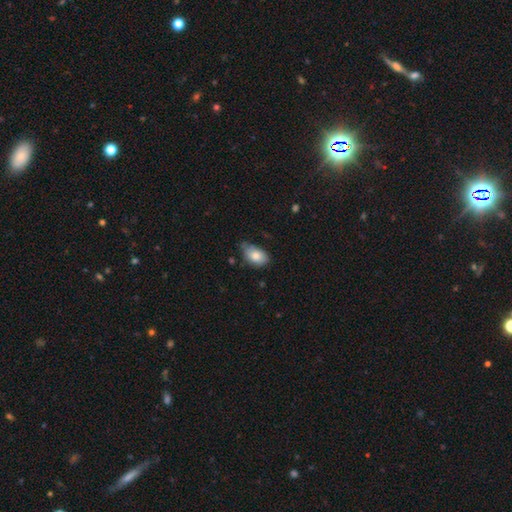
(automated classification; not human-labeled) A smooth galaxy with no disk features (80%) that is in between round and cigar-shaped (88%). Merging: none (46%).